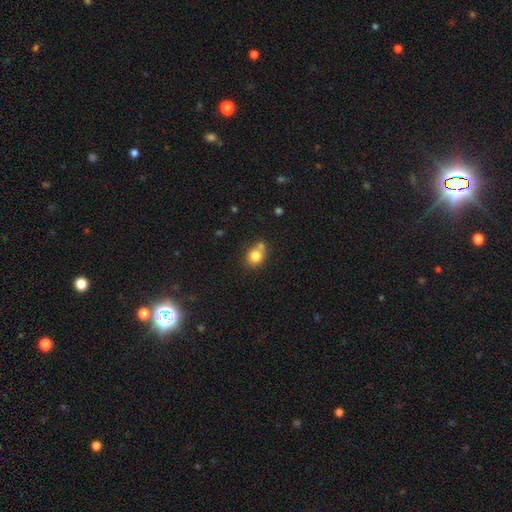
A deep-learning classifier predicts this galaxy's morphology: This is likely a smooth galaxy (80%). How rounded: likely round (66%). Merging: possibly none (52%).